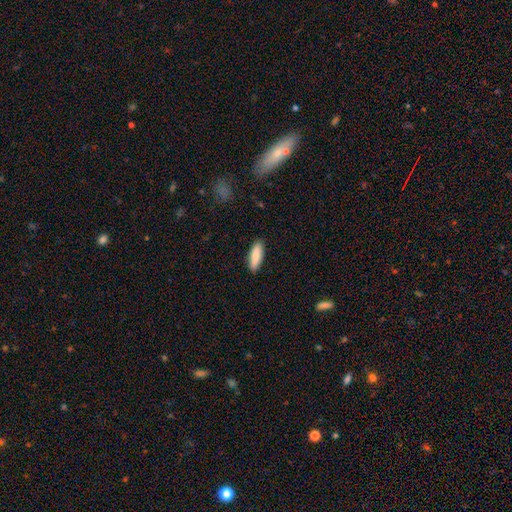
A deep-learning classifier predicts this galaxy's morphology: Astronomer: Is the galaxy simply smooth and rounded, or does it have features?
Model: smooth — 85%.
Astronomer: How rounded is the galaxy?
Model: in between — 55% (runner-up: cigar-shaped, 44%).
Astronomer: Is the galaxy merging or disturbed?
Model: none — 89%.